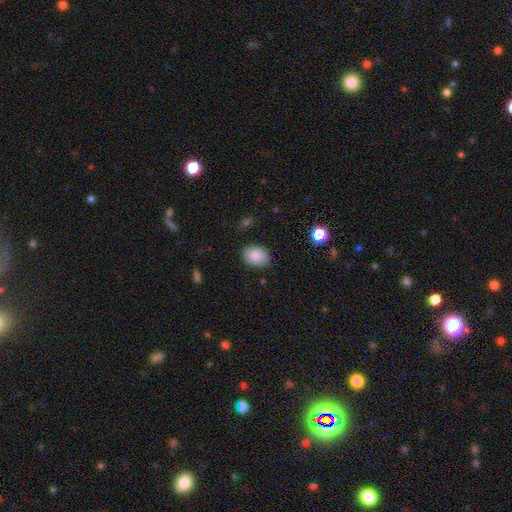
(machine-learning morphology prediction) This appears to be a smooth galaxy with no disk features (86%) that is in between round and cigar-shaped (68%). Merging: none (86%).